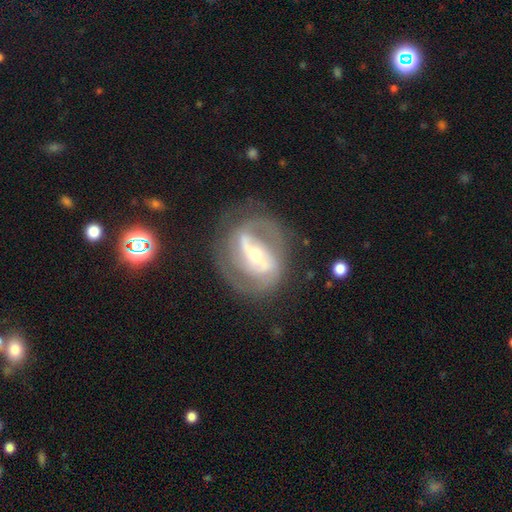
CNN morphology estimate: Smooth or featured: featured or disk — 84% (smooth — 10%)
Edge-on disk: no — 96% (yes — 4%)
Bar: strong — 55% (weak — 29%)
Spiral arms: yes — 88% (no — 12%)
Spiral winding: medium — 46% (tight — 35%)
Spiral arm count: 2 — 76% (can't tell — 10%)
Bulge size: moderate — 51% (small — 43%)
Merging: none — 70% (minor disturbance — 16%)